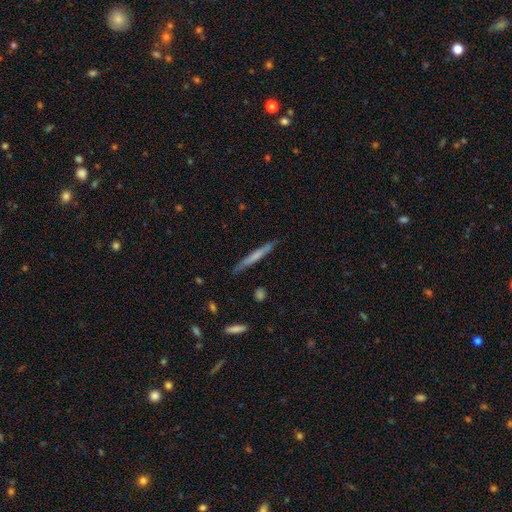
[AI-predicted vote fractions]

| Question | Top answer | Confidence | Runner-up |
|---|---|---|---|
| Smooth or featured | smooth | 50% | featured or disk (43%) |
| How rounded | cigar-shaped | 96% | in between (3%) |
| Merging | none | 83% | minor disturbance (13%) |